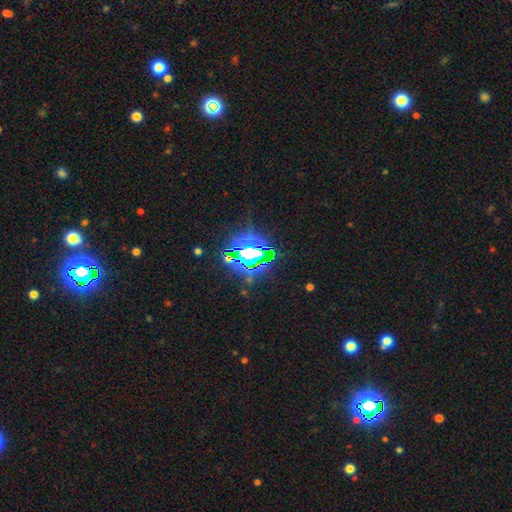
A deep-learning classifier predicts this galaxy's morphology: A star or artifact, not a galaxy (77%).